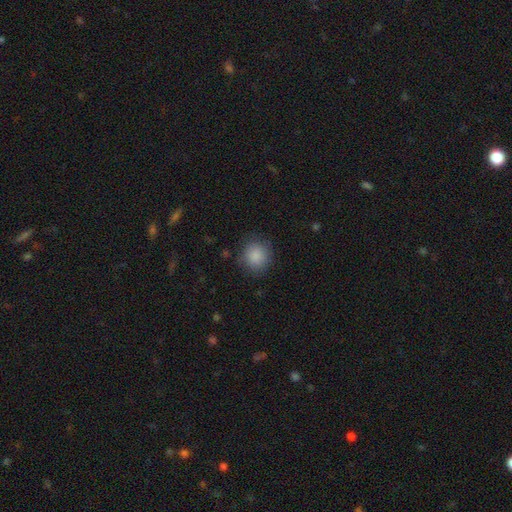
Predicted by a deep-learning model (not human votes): This appears to be a smooth galaxy with no disk features (87%) that is round (86%). Merging: none (84%).